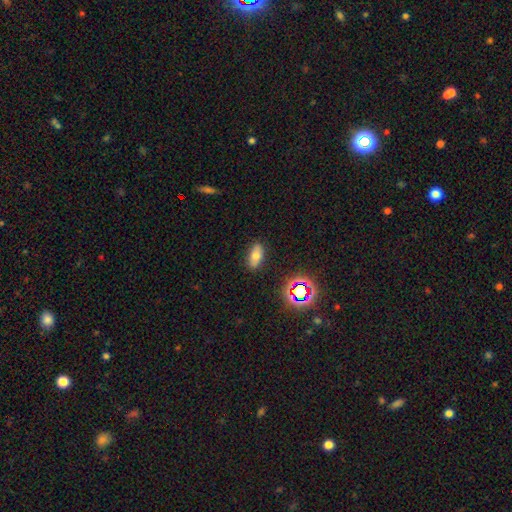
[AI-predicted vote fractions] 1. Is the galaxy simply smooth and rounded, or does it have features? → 67% smooth, 17% star or artifact, 16% featured or disk.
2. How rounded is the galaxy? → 86% in between, 8% cigar-shaped, 6% round.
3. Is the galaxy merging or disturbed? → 86% none, 10% minor disturbance, 2% major disturbance, 1% merger.